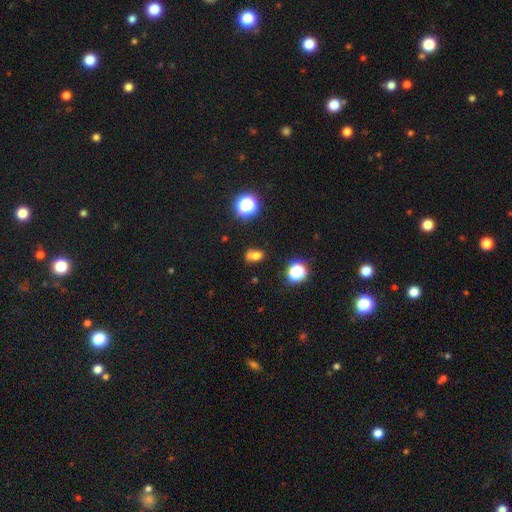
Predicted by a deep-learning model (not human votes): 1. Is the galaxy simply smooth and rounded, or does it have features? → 69% smooth, 18% star or artifact, 13% featured or disk.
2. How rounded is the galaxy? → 61% in between, 37% round, 2% cigar-shaped.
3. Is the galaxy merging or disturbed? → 46% none, 29% merger, 18% minor disturbance, 7% major disturbance.